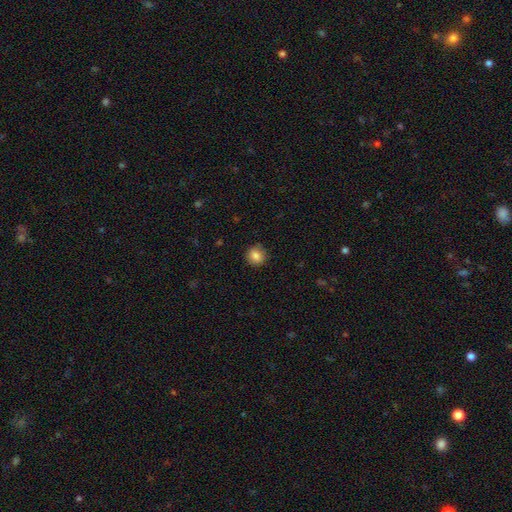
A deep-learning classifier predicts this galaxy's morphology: This appears to be a smooth galaxy with no disk features (85%) that is round (87%). Merging: none (89%).